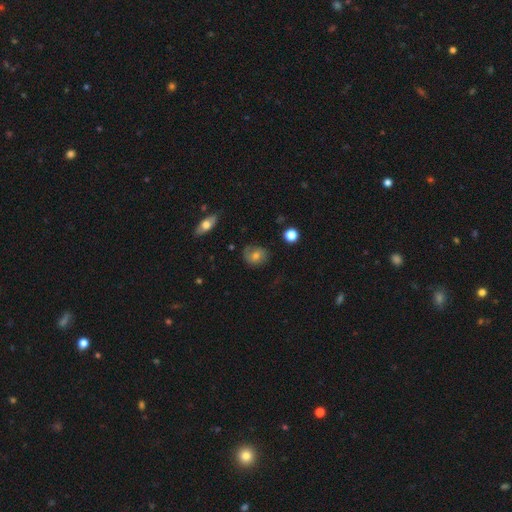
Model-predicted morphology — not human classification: A smooth galaxy with no disk features (53%) that is round (62%). Merging: none (69%).